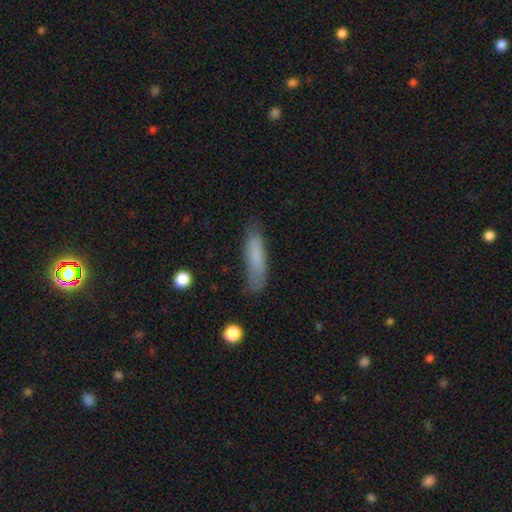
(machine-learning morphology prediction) This appears to be a smooth galaxy with no disk features (79%) that is cigar-shaped (73%). Merging: none (75%).